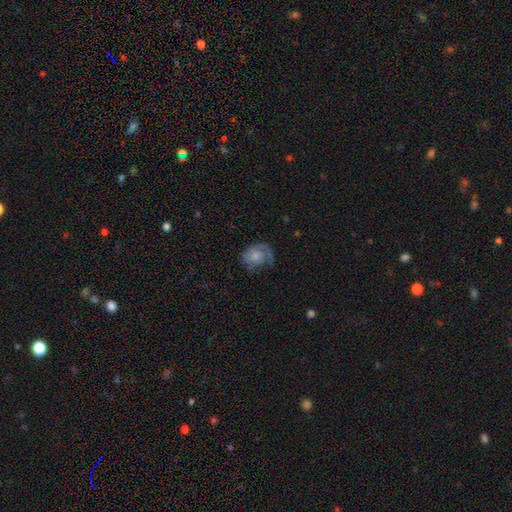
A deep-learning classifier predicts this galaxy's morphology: Overall: featured or disk (56%; smooth 37%). Edge-on disk: no (97%). Bar: no (78%). Spiral arms: yes (84%). Bulge size: moderate (40%; small 38%). Merging: none (53%; minor disturbance 24%).